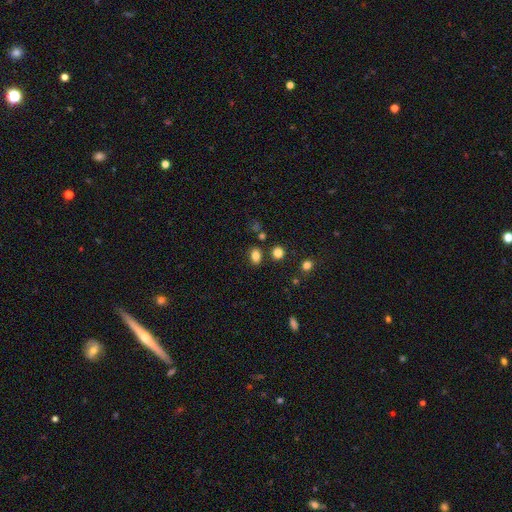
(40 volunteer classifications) Smooth or featured: smooth — 88% (star or artifact — 8%)
How rounded: in between — 83% (round — 17%)
Merging: none — 81% (minor disturbance — 16%)